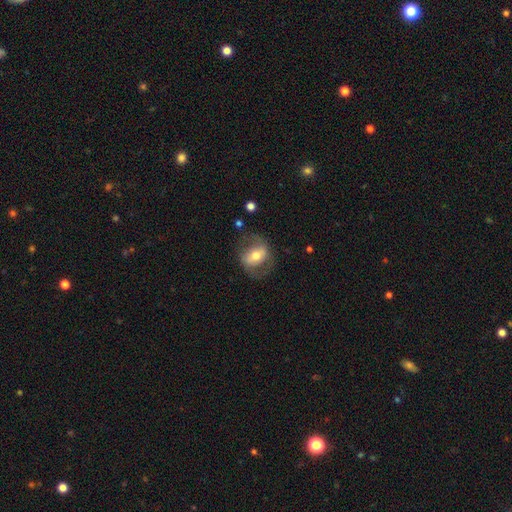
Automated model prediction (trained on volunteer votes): Smooth or featured? featured or disk (56%)
Edge-on disk? no (93%)
Bar? strong (40%)
Spiral arms? yes (58%)
Bulge size? moderate (66%)
Merging? none (65%)